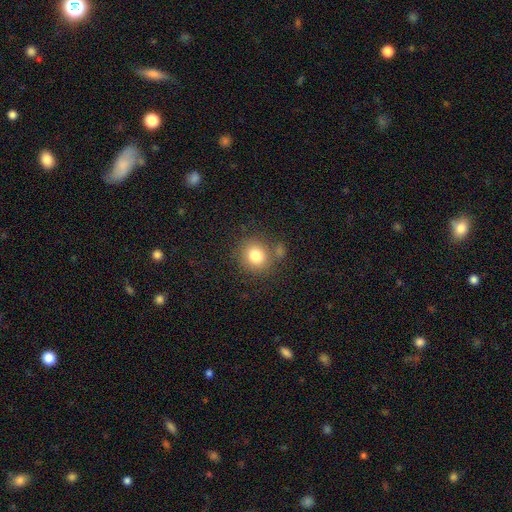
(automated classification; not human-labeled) smooth 81%, star or artifact 11%, featured or disk 8%. Down the decision tree: how rounded — round (82%); merging — none (74%).